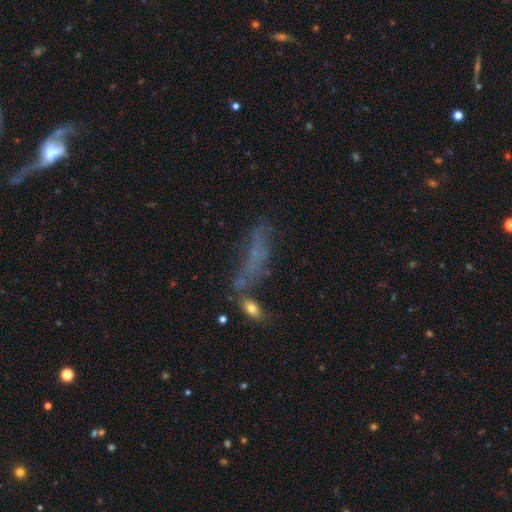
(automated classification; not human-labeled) smooth 45%, featured or disk 34%, star or artifact 21%. Down the decision tree: merging — none (44%).